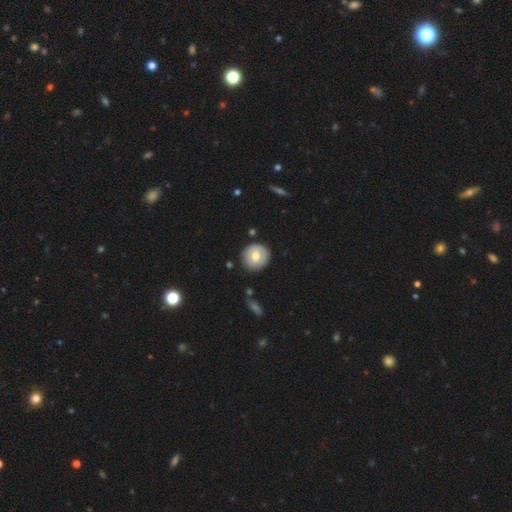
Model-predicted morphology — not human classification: This appears to be a smooth galaxy with no disk features (70%) that is round (92%). Merging: none (84%).